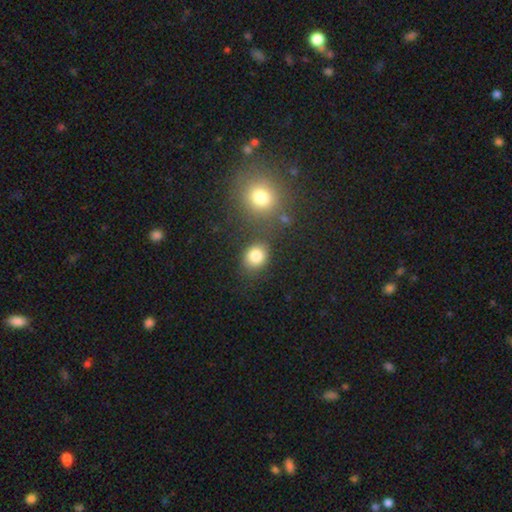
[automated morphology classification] Smooth or featured?
  - smooth: 82% *
  - star or artifact: 11%
  - featured or disk: 7%
How rounded?
  - round: 60% *
  - in between: 39%
  - cigar-shaped: 1%
Merging?
  - none: 75% *
  - minor disturbance: 12%
  - merger: 9%
  - major disturbance: 4%